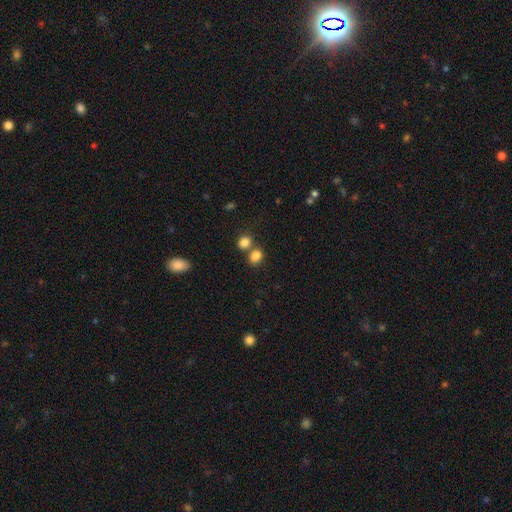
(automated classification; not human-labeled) smooth_or_featured: smooth (p=0.83) [alt: star or artifact p=0.11]
how_rounded: in between (p=0.51) [alt: round p=0.48]
merging: none (p=0.50) [alt: merger p=0.38]